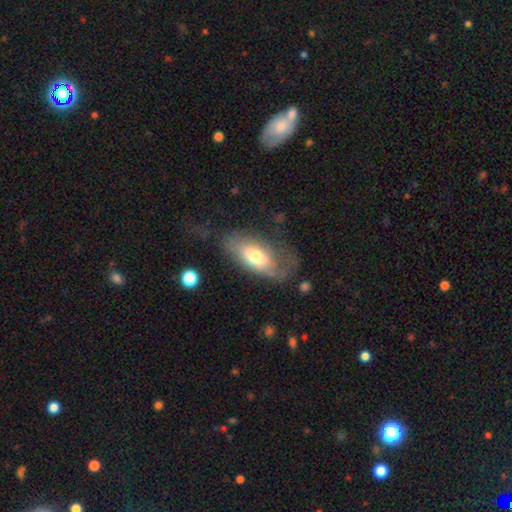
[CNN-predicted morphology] Smooth or featured: smooth — 52% (featured or disk — 41%)
How rounded: in between — 87% (cigar-shaped — 8%)
Merging: none — 43% (major disturbance — 29%)